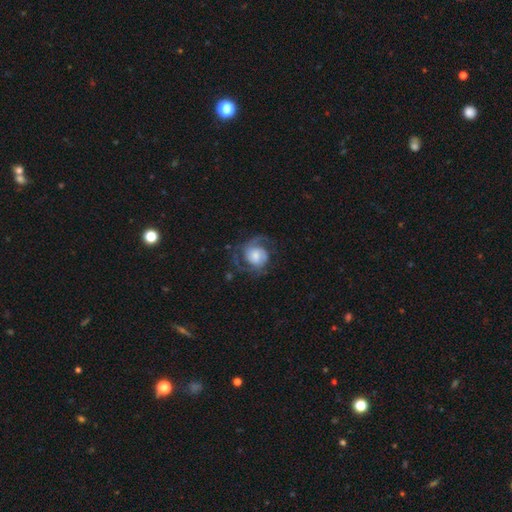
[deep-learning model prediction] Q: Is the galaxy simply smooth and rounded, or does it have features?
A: featured or disk — 76%.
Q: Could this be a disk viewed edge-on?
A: no — 98%.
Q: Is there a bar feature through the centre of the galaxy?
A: no — 65%.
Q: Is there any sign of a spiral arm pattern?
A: yes — 94%.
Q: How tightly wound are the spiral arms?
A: medium — 47%.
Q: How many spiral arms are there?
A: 2 — 73%.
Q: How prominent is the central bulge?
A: moderate — 33%, tied with large.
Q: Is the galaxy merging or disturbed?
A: none — 63%.